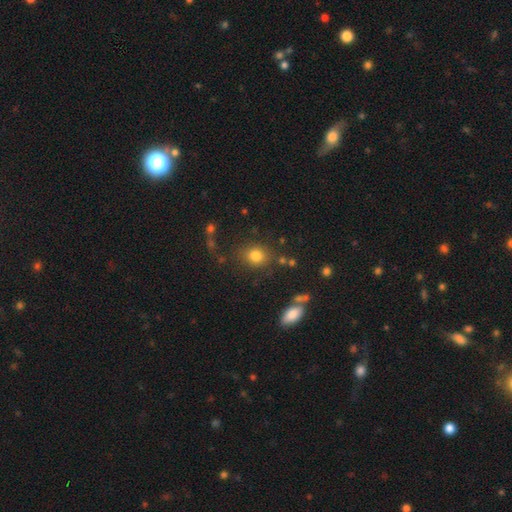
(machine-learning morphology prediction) Smooth or featured? smooth (80%)
How rounded? round (66%)
Merging? none (78%)